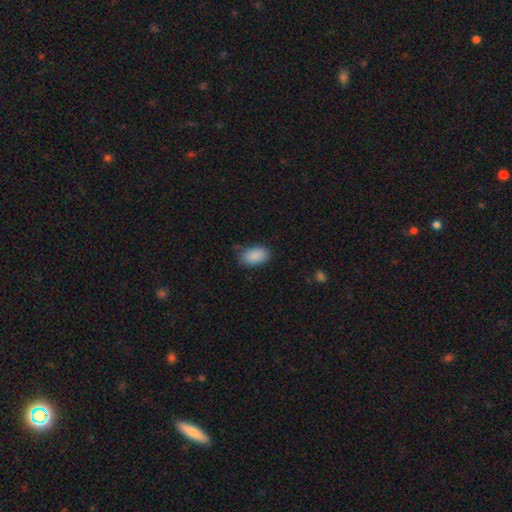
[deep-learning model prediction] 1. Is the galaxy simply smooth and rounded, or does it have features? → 89% smooth, 7% star or artifact, 4% featured or disk.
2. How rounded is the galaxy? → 93% in between, 5% round, 2% cigar-shaped.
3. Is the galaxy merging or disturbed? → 77% none, 17% minor disturbance, 4% major disturbance, 2% merger.